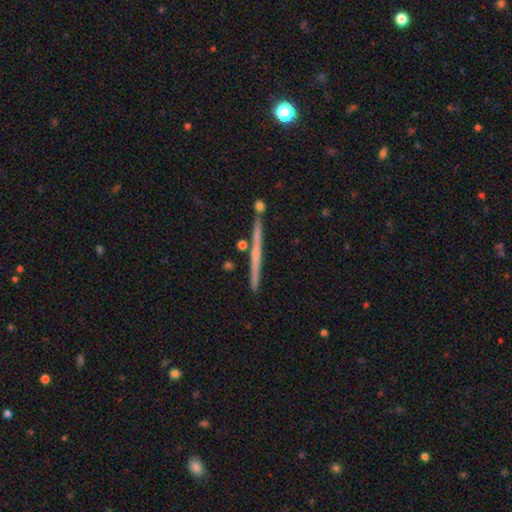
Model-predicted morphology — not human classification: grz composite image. It shows a featured or disk galaxy (61%) viewed edge-on (98%) with no central bulge (74%). Merging: none (86%).